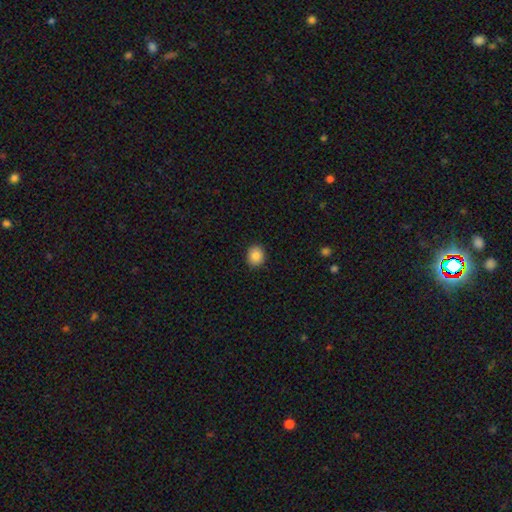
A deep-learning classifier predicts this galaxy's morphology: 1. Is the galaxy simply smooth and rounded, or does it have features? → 87% smooth, 9% star or artifact, 4% featured or disk.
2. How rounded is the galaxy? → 77% round, 22% in between, 1% cigar-shaped.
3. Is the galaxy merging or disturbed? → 91% none, 6% minor disturbance, 2% major disturbance, 1% merger.